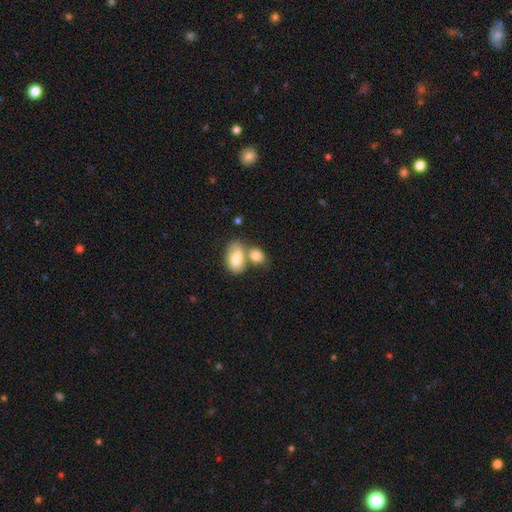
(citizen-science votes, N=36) Volunteers were most divided on "merging": merger: 44%, none: 39%, minor disturbance: 17%, major disturbance: 0%. More confident: smooth or featured — smooth (92%); how rounded — in between (70%).